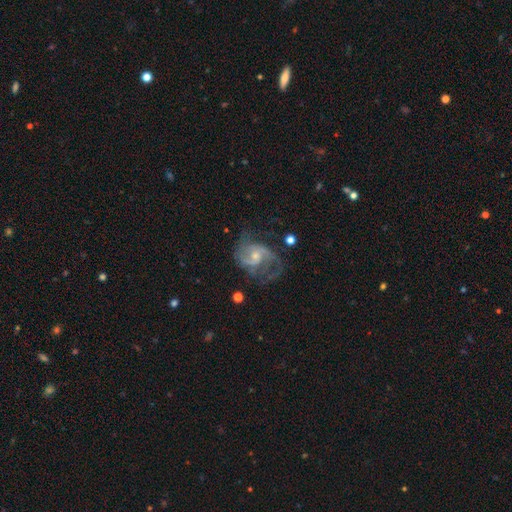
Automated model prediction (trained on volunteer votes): Smooth or featured? Predicted: featured or disk (p=0.81). Edge-on disk? Predicted: no (p=0.98). Bar? Predicted: no (p=0.53). Spiral arms? Predicted: yes (p=0.91). Spiral winding? Predicted: medium (p=0.49). Spiral arm count? Predicted: 2 (p=0.64). Bulge size? Predicted: small (p=0.53). Merging? Predicted: none (p=0.47).